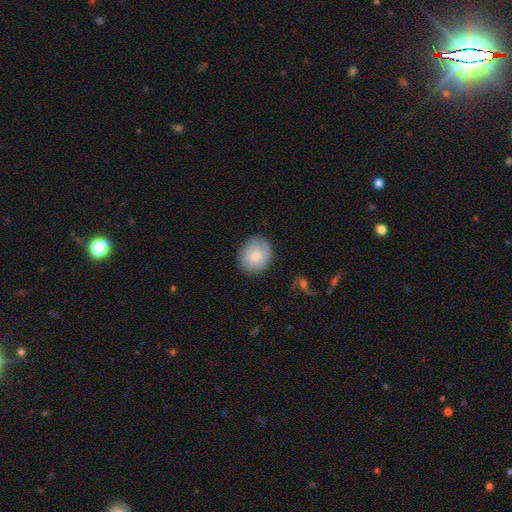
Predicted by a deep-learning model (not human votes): The model was most divided on "smooth or featured": smooth: 66%, featured or disk: 25%, star or artifact: 8%. More confident: merging — none (81%); how rounded — round (78%).